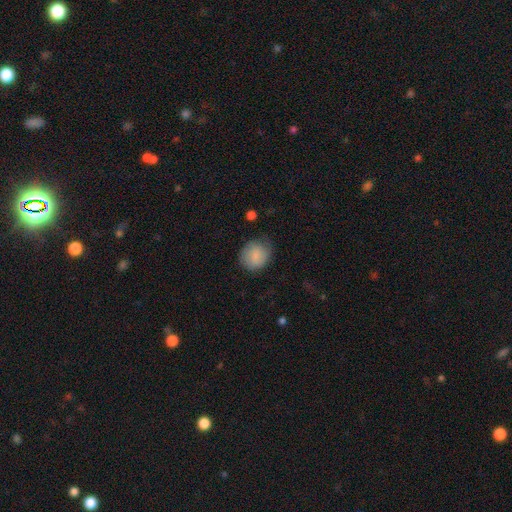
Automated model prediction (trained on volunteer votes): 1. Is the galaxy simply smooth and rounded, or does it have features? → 80% smooth, 13% featured or disk, 7% star or artifact.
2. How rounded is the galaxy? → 78% round, 21% in between, 1% cigar-shaped.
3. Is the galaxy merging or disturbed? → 69% none, 23% minor disturbance, 6% major disturbance, 1% merger.